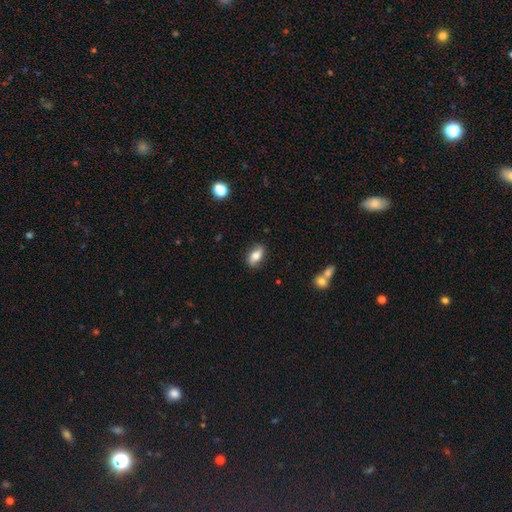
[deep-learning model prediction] smooth-or-featured: smooth: 67% | featured or disk: 25% | star or artifact: 8%
  how-rounded: in between: 85% | round: 8% | cigar-shaped: 7%
  merging: none: 82% | minor disturbance: 14% | major disturbance: 3% | merger: 2%